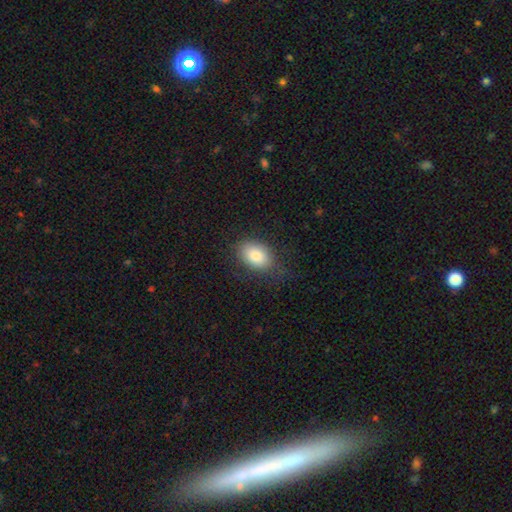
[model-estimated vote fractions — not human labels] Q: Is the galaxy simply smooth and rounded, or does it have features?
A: smooth — 82%.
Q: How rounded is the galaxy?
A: in between — 83%.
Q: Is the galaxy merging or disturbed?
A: none — 74%.